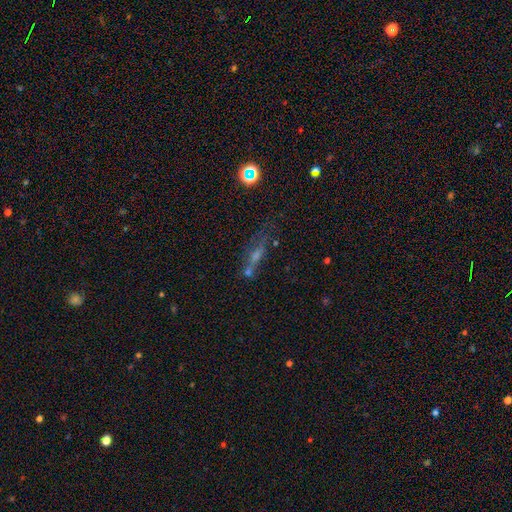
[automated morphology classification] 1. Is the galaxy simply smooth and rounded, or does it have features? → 36% smooth, 35% featured or disk, 29% star or artifact.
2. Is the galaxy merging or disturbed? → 45% none, 23% merger, 17% minor disturbance, 15% major disturbance.